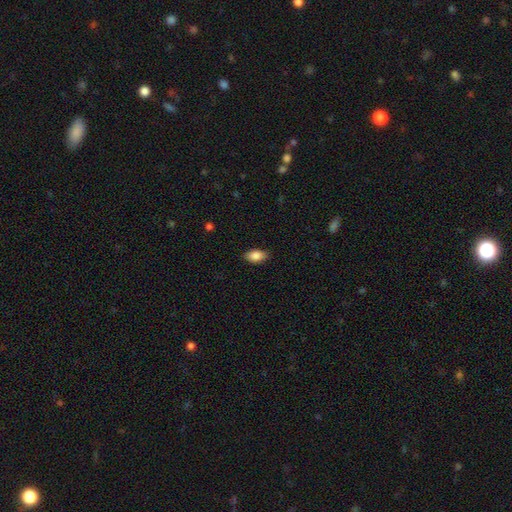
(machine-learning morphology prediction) Smooth or featured?
  - smooth: 87% *
  - star or artifact: 7%
  - featured or disk: 6%
How rounded?
  - in between: 91% *
  - round: 5%
  - cigar-shaped: 4%
Merging?
  - none: 86% *
  - minor disturbance: 10%
  - major disturbance: 2%
  - merger: 1%